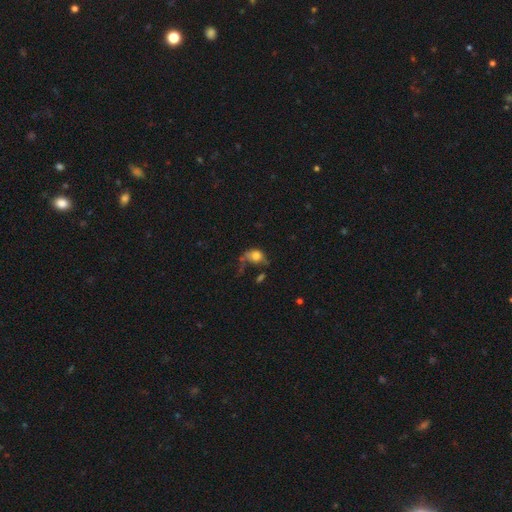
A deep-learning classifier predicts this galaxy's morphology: Smooth or featured? smooth (68%)
How rounded? in between (60%)
Merging? major disturbance (33%)